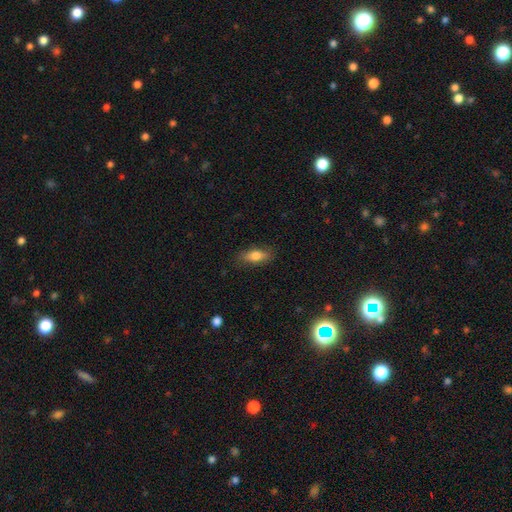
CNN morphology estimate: A smooth galaxy with no disk features (74%) that is in between round and cigar-shaped (70%).

Vote fractions:
- Smooth or featured? smooth: 74% / featured or disk: 18% / star or artifact: 8%
- How rounded? in between: 70% / cigar-shaped: 26% / round: 4%
- Merging? none: 82% / minor disturbance: 14% / major disturbance: 3% / merger: 1%